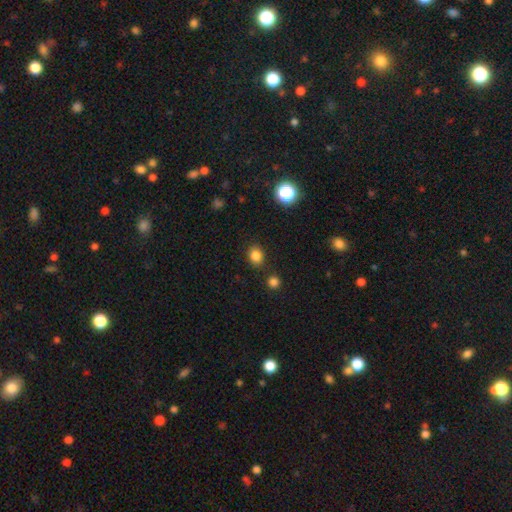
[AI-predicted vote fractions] Smooth or featured?
  - smooth: 83% *
  - star or artifact: 13%
  - featured or disk: 5%
How rounded?
  - round: 59% *
  - in between: 40%
  - cigar-shaped: 1%
Merging?
  - none: 84% *
  - minor disturbance: 9%
  - merger: 4%
  - major disturbance: 3%